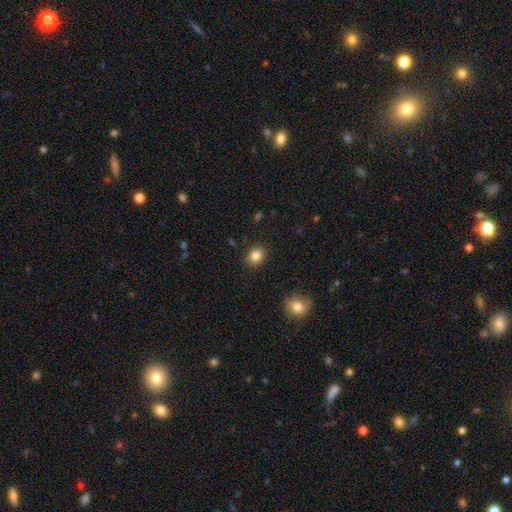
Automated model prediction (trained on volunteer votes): Smooth or featured? Predicted: smooth (p=0.84). How rounded? Predicted: round (p=0.65). Merging? Predicted: none (p=0.89).